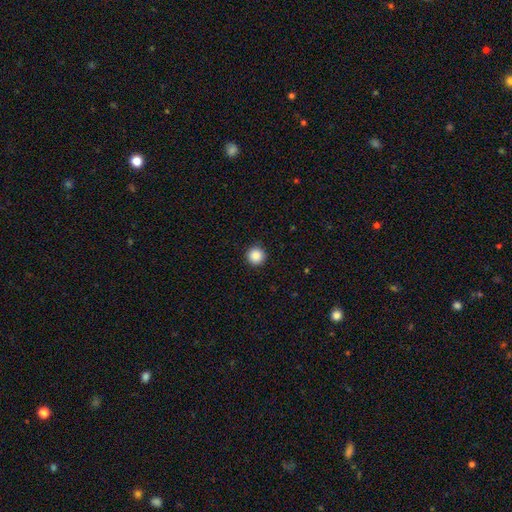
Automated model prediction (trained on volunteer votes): Q: Smooth or featured?
A: smooth (87%); runner-up: star or artifact (9%)
Q: How rounded?
A: round (96%); runner-up: in between (3%)
Q: Merging?
A: none (93%); runner-up: minor disturbance (5%)